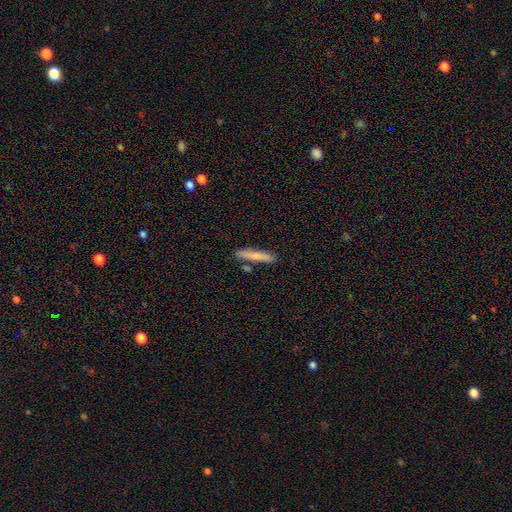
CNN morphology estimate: smooth 74%, featured or disk 20%, star or artifact 6%. Down the decision tree: how rounded — cigar-shaped (91%); merging — none (81%).